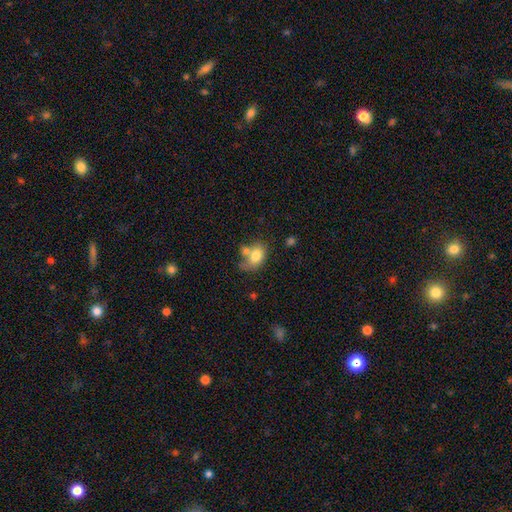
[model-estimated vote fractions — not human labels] This is likely a smooth galaxy (77%). How rounded: likely in between (80%). Merging: marginally none (38%).